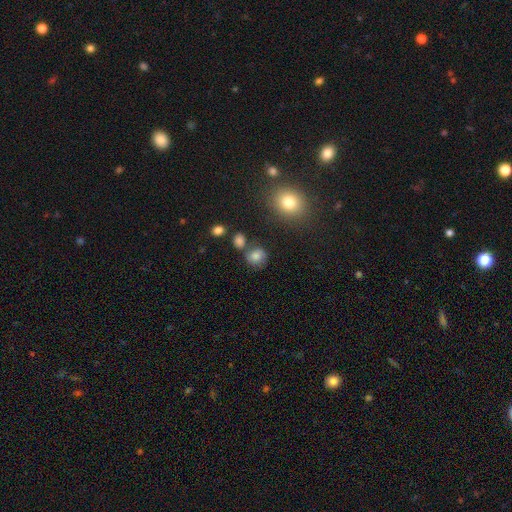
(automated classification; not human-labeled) smooth 74%, star or artifact 13%, featured or disk 13%. Down the decision tree: how rounded — round (75%); merging — none (66%).